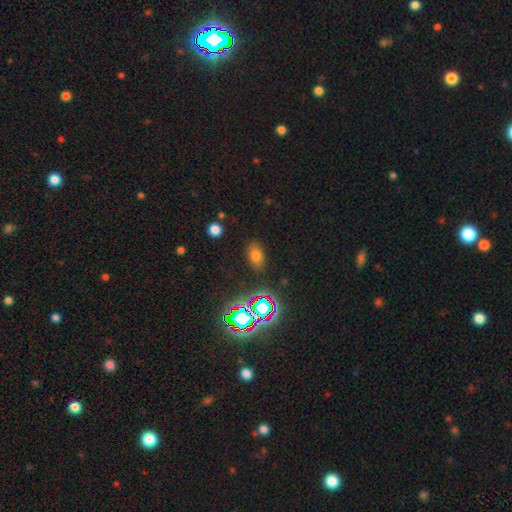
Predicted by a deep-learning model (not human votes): This is likely a smooth galaxy (68%). How rounded: clearly in between (85%). Merging: clearly none (84%).